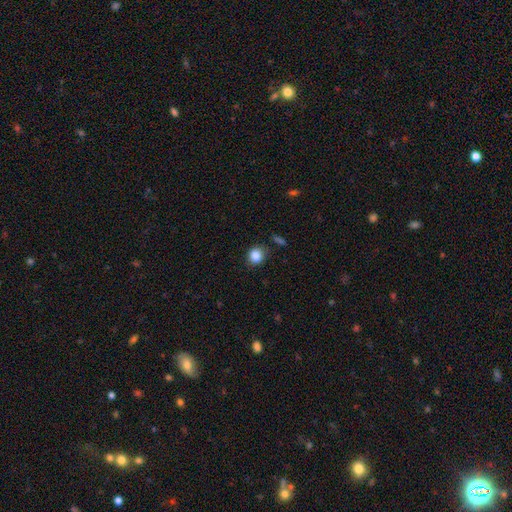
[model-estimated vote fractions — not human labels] Morphology: type=smooth (86%); roundness=round (75%); merging=none (79%).